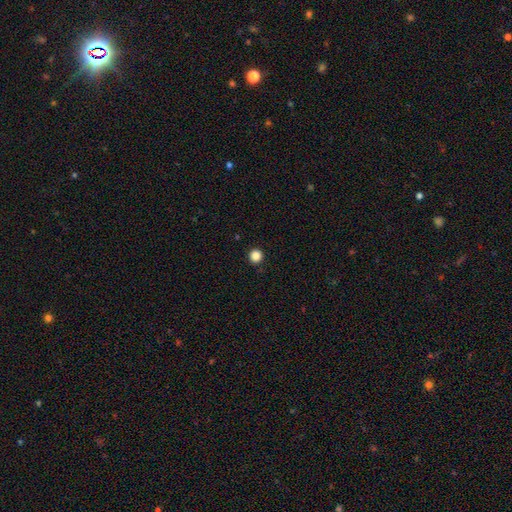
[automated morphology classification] smooth_or_featured: smooth (p=0.86) [alt: star or artifact p=0.11]
how_rounded: round (p=0.96) [alt: in between p=0.03]
merging: none (p=0.94) [alt: minor disturbance p=0.04]